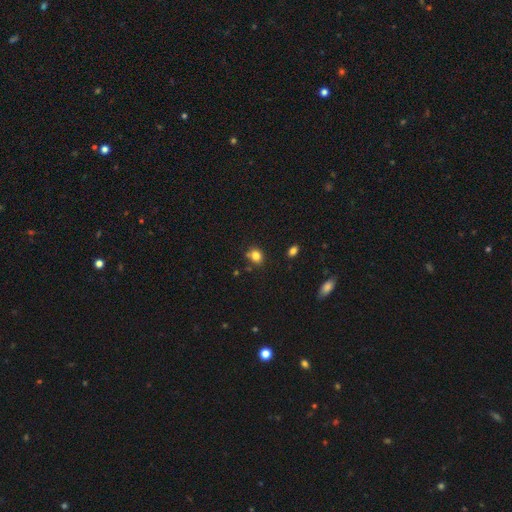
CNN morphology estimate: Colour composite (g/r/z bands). It shows a smooth galaxy with no disk features (81%) that is round (53%). Merging: none (70%).